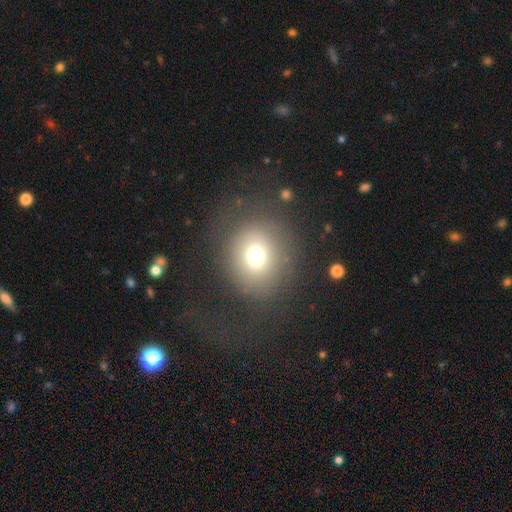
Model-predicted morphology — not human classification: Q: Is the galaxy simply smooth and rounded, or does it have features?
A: smooth — 70%.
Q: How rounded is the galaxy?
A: round — 80%.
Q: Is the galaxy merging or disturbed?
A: none — 69%.